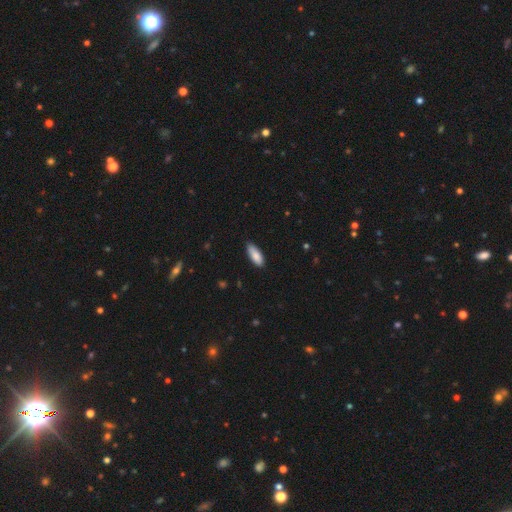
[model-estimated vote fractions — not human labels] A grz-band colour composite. It shows a smooth galaxy with no disk features (86%) that is in between round and cigar-shaped (76%). Merging: none (81%).